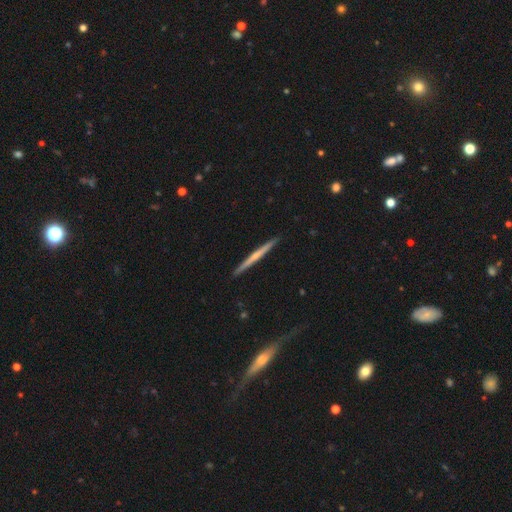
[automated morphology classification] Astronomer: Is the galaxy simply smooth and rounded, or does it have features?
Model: featured or disk — 58% (runner-up: smooth, 37%).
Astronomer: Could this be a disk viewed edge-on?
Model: yes — 98%.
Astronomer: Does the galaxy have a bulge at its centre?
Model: none — 56% (runner-up: rounded, 39%).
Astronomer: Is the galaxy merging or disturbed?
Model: none — 91%.